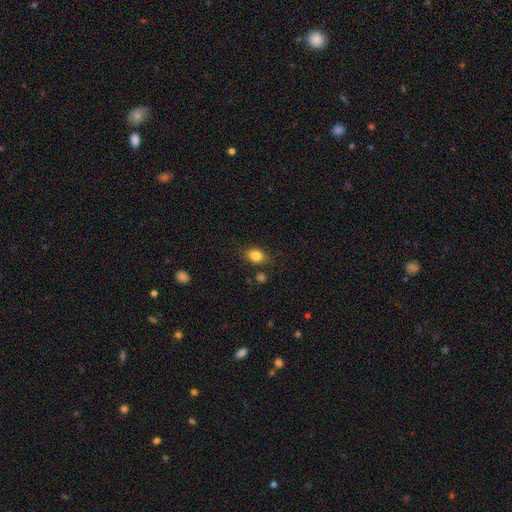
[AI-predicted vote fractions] This appears to be a smooth galaxy with no disk features (83%) that is in between round and cigar-shaped (75%). Merging: none (81%).